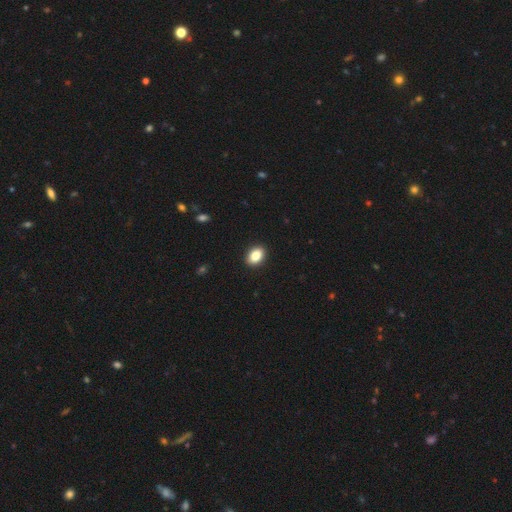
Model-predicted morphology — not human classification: This appears to be a smooth galaxy with no disk features (86%) that is in between round and cigar-shaped (82%). Merging: none (91%).